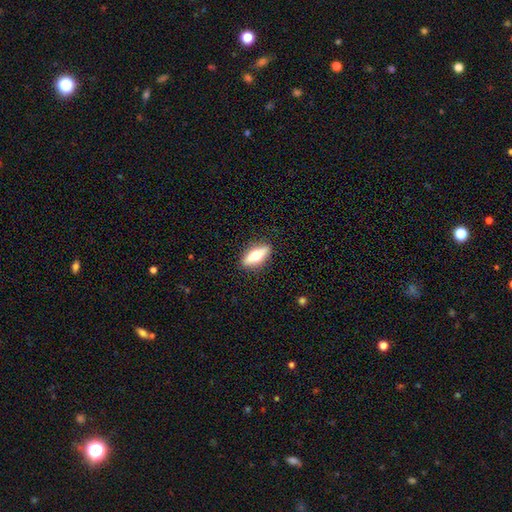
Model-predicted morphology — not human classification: Overall: smooth (51%; featured or disk 43%). How rounded: in between (56%; cigar-shaped 41%). Merging: none (89%).